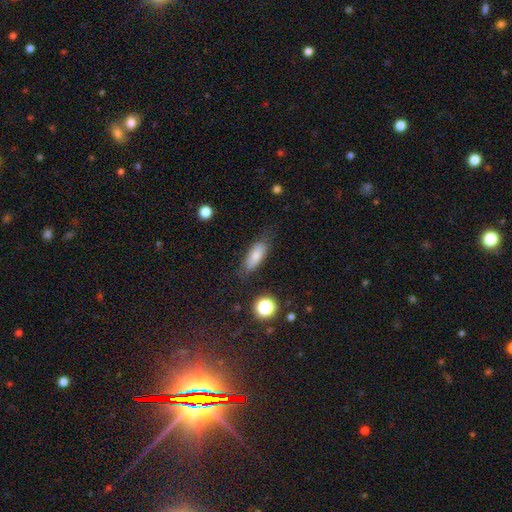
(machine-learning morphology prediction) This is likely a smooth galaxy (77%). How rounded: likely in between (68%). Merging: likely none (73%).